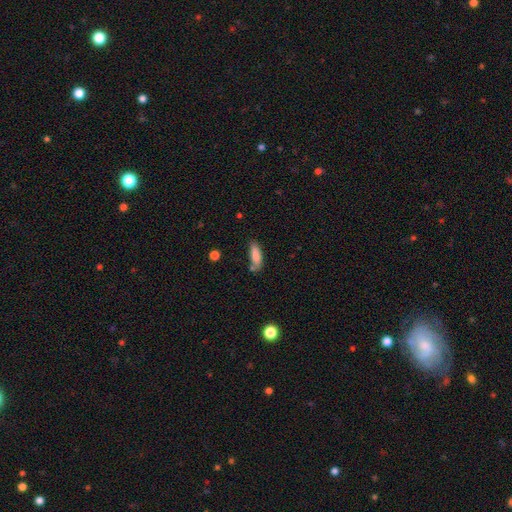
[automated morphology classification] Smooth or featured: smooth — 84% (featured or disk — 8%)
How rounded: in between — 57% (cigar-shaped — 41%)
Merging: none — 64% (minor disturbance — 23%)